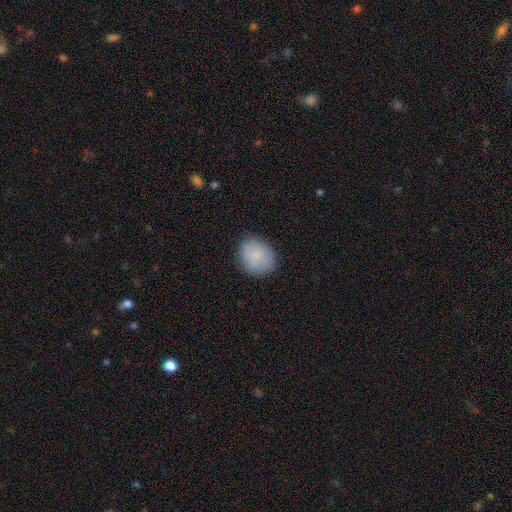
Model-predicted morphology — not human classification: Smooth or featured? smooth (84%)
How rounded? round (60%)
Merging? none (81%)